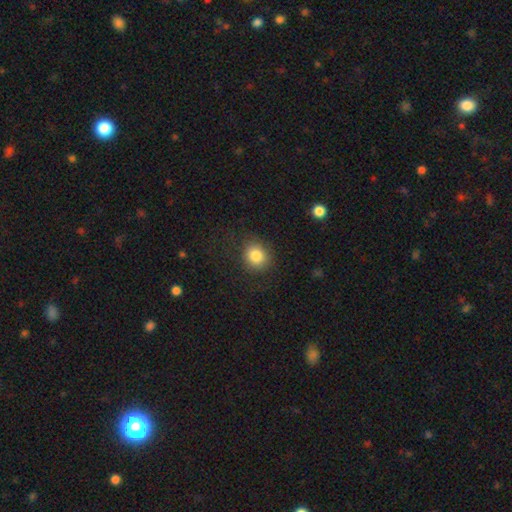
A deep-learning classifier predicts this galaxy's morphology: Overall: smooth (84%). How rounded: round (78%). Merging: none (82%).